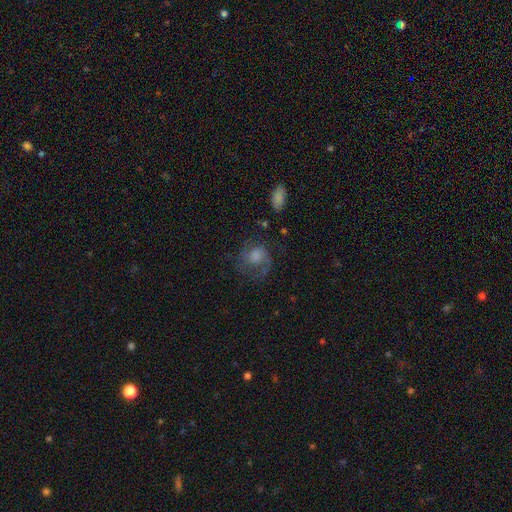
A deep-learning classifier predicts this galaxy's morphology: Smooth or featured? Predicted: featured or disk (p=0.63). Edge-on disk? Predicted: no (p=0.97). Bar? Predicted: no (p=0.68). Spiral arms? Predicted: yes (p=0.88). Spiral winding? Predicted: medium (p=0.48). Spiral arm count? Predicted: 2 (p=0.56). Bulge size? Predicted: moderate (p=0.40). Merging? Predicted: none (p=0.62).